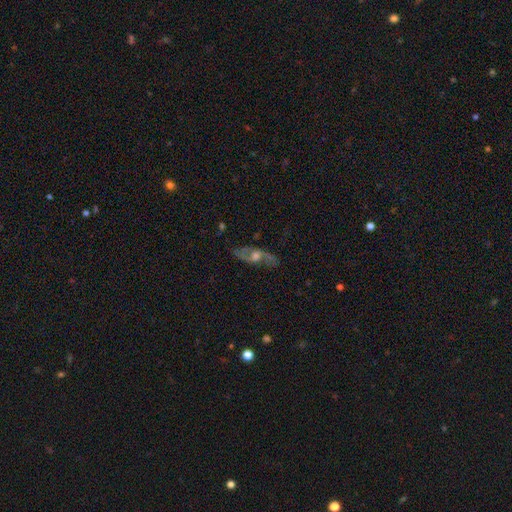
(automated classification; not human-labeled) This appears to be a featured or disk galaxy (76%) with no bar (62%), spiral arms (81%) and a moderate central bulge (62%). Merging: none (79%).